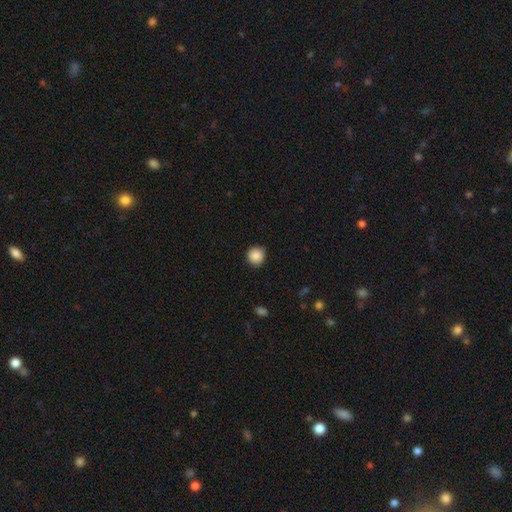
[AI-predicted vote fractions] smooth_or_featured: smooth (p=0.88) [alt: star or artifact p=0.09]
how_rounded: round (p=0.93) [alt: in between p=0.06]
merging: none (p=0.88) [alt: minor disturbance p=0.09]